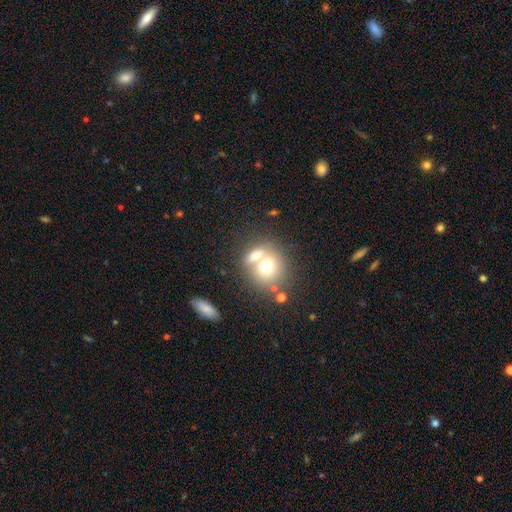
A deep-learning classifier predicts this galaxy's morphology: Smooth or featured? Predicted: smooth (p=0.68). How rounded? Predicted: round (p=0.67). Merging? Predicted: merger (p=0.49).